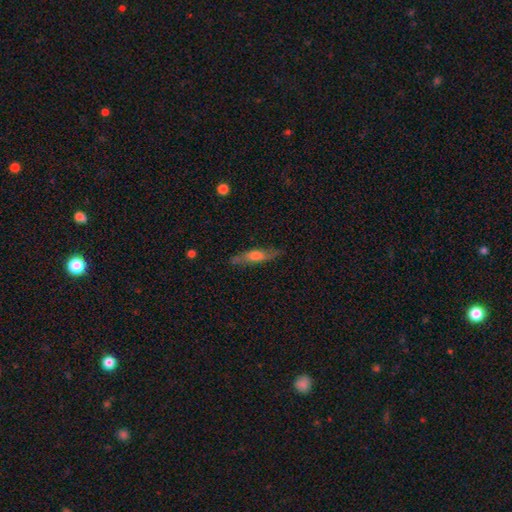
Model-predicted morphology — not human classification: smooth 49%, featured or disk 44%, star or artifact 7%. Down the decision tree: merging — none (77%).